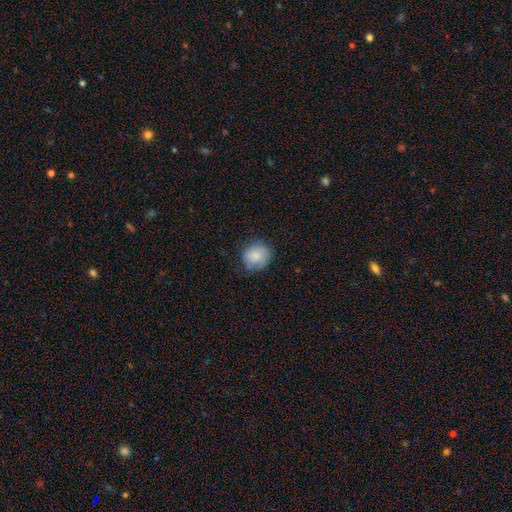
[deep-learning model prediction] Morphology: type=smooth (79%); roundness=round (75%); merging=none (69%).